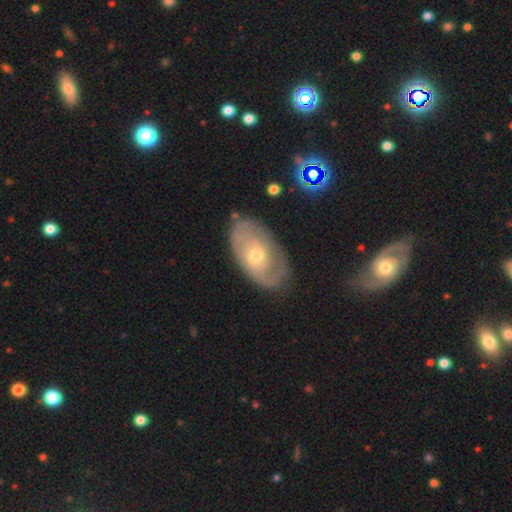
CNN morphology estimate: This is likely a featured or disk galaxy (67%). It is clearly not viewed edge-on (93%). Bar: likely no (63%). Spiral arm pattern: likely yes (72%). Central bulge: possibly moderate (51%). Merging: likely none (73%).